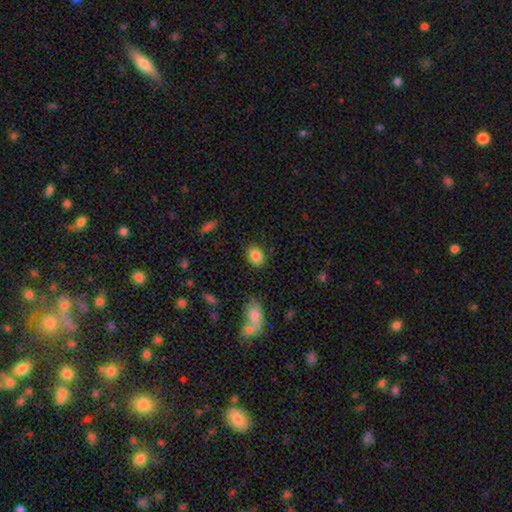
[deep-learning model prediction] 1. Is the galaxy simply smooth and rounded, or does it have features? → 85% smooth, 9% star or artifact, 6% featured or disk.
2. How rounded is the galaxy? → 56% in between, 42% round, 1% cigar-shaped.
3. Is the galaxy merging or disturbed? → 84% none, 12% minor disturbance, 3% major disturbance, 2% merger.